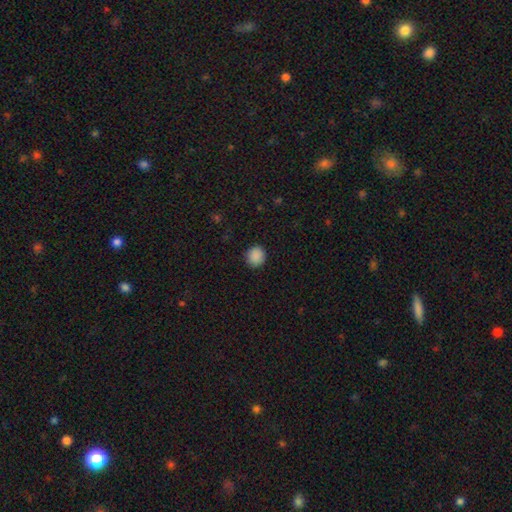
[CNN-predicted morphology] A smooth galaxy with no disk features (89%) that is round (89%). Merging: none (91%).